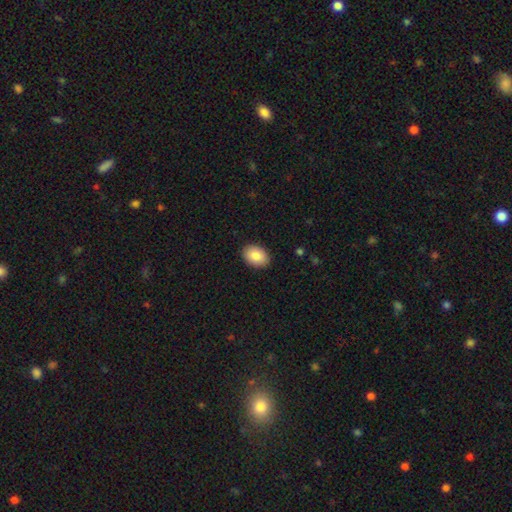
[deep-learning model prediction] smooth_or_featured: smooth (p=0.87) [alt: star or artifact p=0.07]
how_rounded: in between (p=0.82) [alt: round p=0.17]
merging: none (p=0.90) [alt: minor disturbance p=0.07]